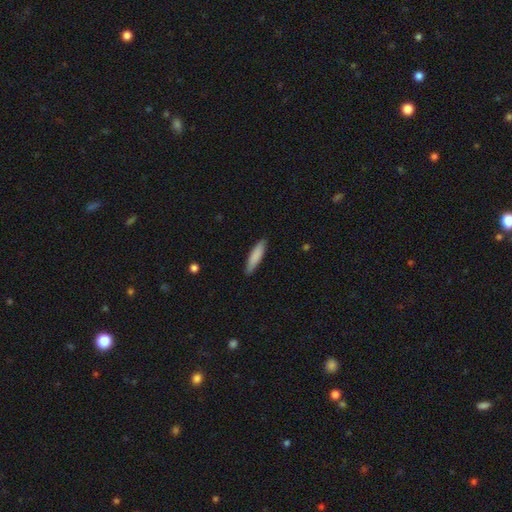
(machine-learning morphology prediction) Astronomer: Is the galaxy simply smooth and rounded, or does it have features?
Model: smooth — 82%.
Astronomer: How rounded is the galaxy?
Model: cigar-shaped — 78%.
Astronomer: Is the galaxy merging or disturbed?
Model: none — 87%.